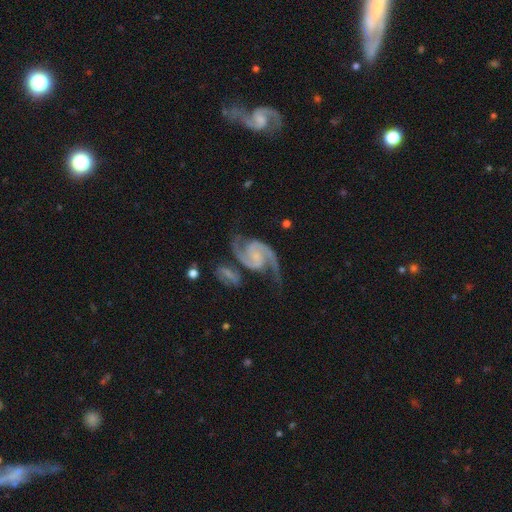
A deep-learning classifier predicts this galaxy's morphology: Smooth or featured?
  - featured or disk: 94% *
  - star or artifact: 4%
  - smooth: 3%
Edge-on disk?
  - no: 98% *
  - yes: 2%
Bar?
  - no: 52% *
  - weak: 36%
  - strong: 13%
Spiral arms?
  - yes: 99% *
  - no: 1%
Spiral winding?
  - medium: 58% *
  - tight: 23%
  - loose: 19%
Spiral arm count?
  - 2: 94% *
  - 3: 2%
  - can't tell: 1%
  - 1: 1%
  - 4: 1%
  - more than 4: 1%
Bulge size?
  - small: 50% *
  - none: 29%
  - moderate: 17%
  - large: 2%
  - dominant: 1%
Merging?
  - none: 65% *
  - minor disturbance: 18%
  - major disturbance: 9%
  - merger: 8%